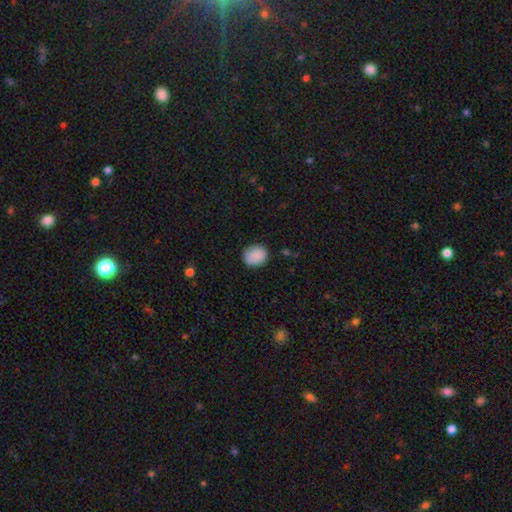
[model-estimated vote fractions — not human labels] This appears to be a smooth galaxy with no disk features (88%) that is round (68%). Merging: none (84%).